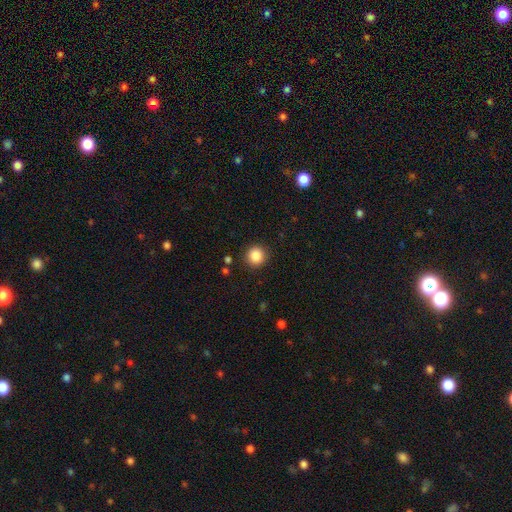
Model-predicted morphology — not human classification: type=smooth (87%); roundness=round (93%); merging=none (89%).